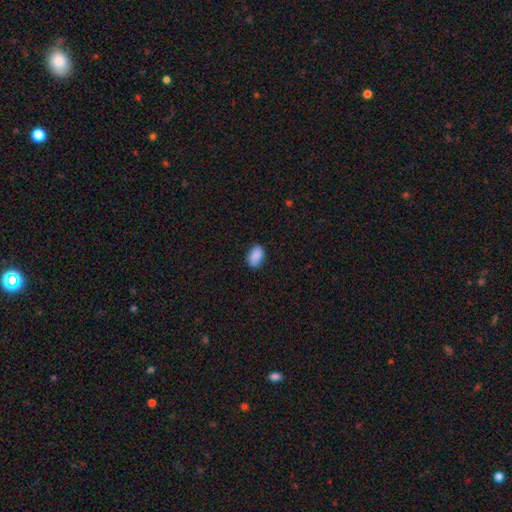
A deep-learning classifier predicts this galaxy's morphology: smooth 85%, star or artifact 8%, featured or disk 7%. Down the decision tree: how rounded — in between (86%); merging — none (75%).